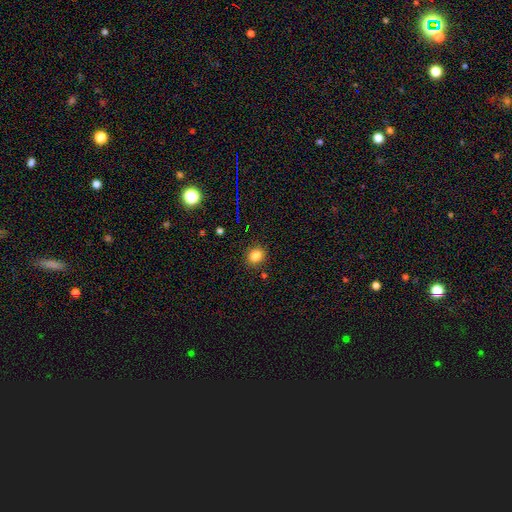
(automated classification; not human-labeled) Smooth or featured?
  - smooth: 82% *
  - star or artifact: 12%
  - featured or disk: 5%
How rounded?
  - round: 74% *
  - in between: 25%
  - cigar-shaped: 1%
Merging?
  - none: 88% *
  - minor disturbance: 8%
  - major disturbance: 2%
  - merger: 2%